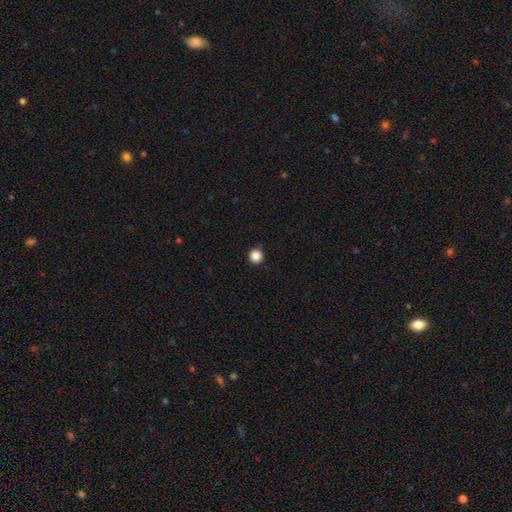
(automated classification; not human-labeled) smooth 86%, star or artifact 11%, featured or disk 3%. Down the decision tree: how rounded — round (96%); merging — none (93%).